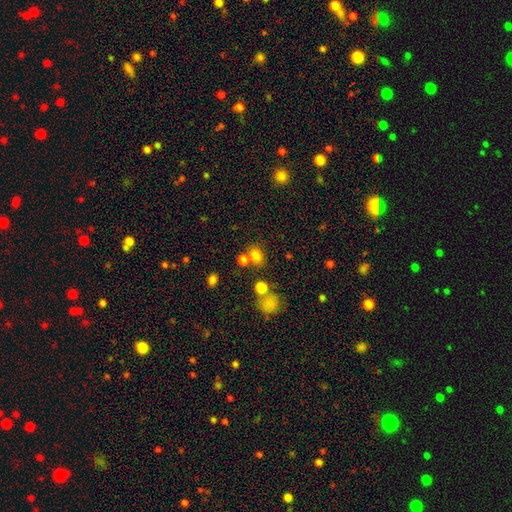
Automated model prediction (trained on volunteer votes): smooth 78%, star or artifact 15%, featured or disk 7%. Down the decision tree: how rounded — in between (51%); merging — none (62%).